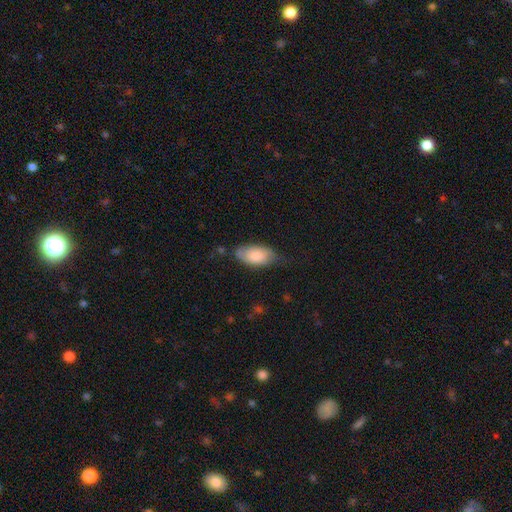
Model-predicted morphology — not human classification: Smooth or featured? smooth (77%)
How rounded? in between (93%)
Merging? none (58%)